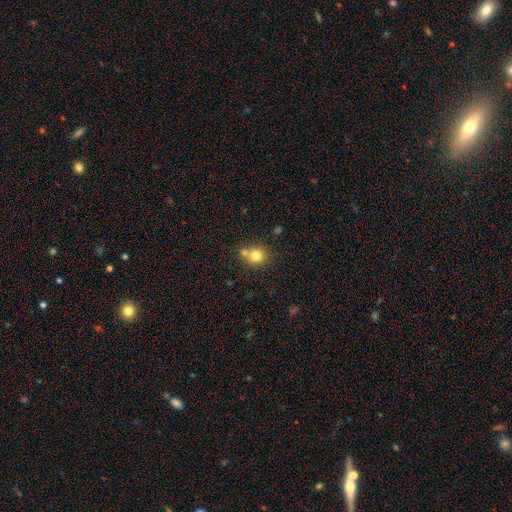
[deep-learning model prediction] Overall: smooth (78%). How rounded: round (84%). Merging: none (54%; merger 34%).